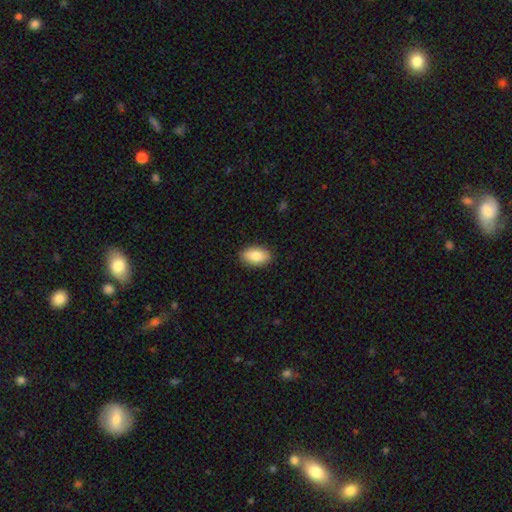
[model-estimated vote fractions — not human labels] This is clearly a smooth galaxy (84%). How rounded: clearly in between (93%). Merging: clearly none (89%).